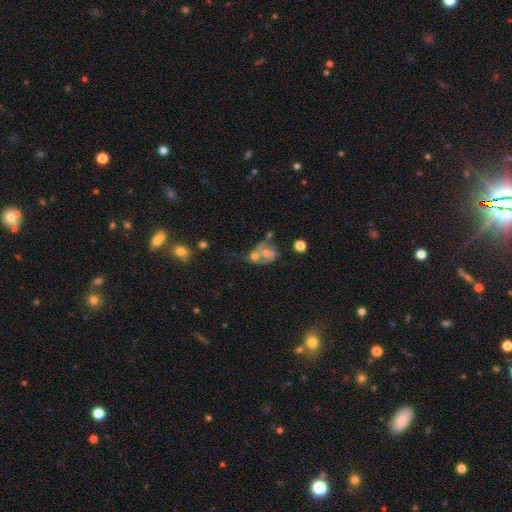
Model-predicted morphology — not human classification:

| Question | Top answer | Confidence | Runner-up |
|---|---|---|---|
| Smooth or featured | featured or disk | 50% | smooth (36%) |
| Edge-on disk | no | 96% | yes (4%) |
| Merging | merger | 50% | none (23%) |